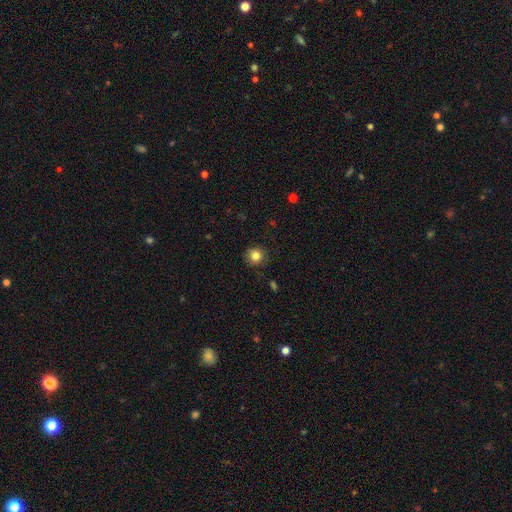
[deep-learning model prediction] This is clearly a smooth galaxy (83%). How rounded: clearly round (93%). Merging: clearly none (88%).